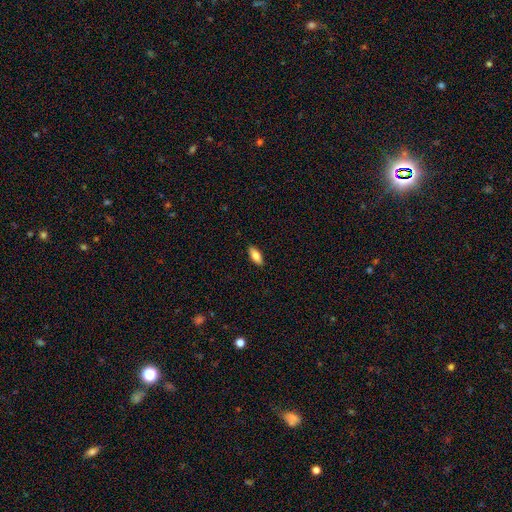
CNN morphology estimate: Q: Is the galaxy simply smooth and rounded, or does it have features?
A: smooth — 81%.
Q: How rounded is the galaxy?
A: in between — 82%.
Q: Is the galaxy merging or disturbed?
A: none — 89%.